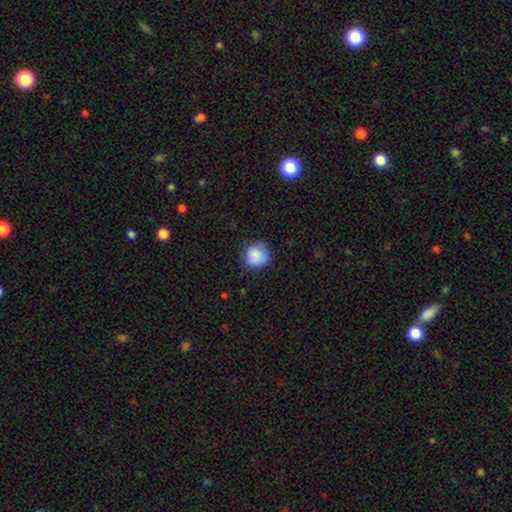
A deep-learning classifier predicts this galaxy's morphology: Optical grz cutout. It shows a smooth galaxy with no disk features (86%) that is round (90%). Merging: none (76%).